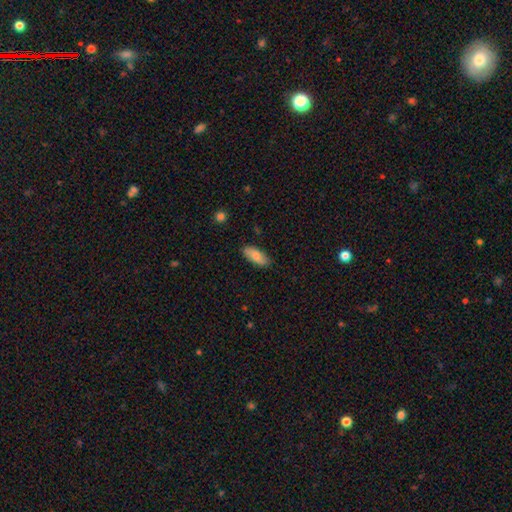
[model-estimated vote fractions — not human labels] smooth_or_featured: smooth (p=0.82) [alt: featured or disk p=0.12]
how_rounded: in between (p=0.83) [alt: cigar-shaped p=0.15]
merging: none (p=0.86) [alt: minor disturbance p=0.11]